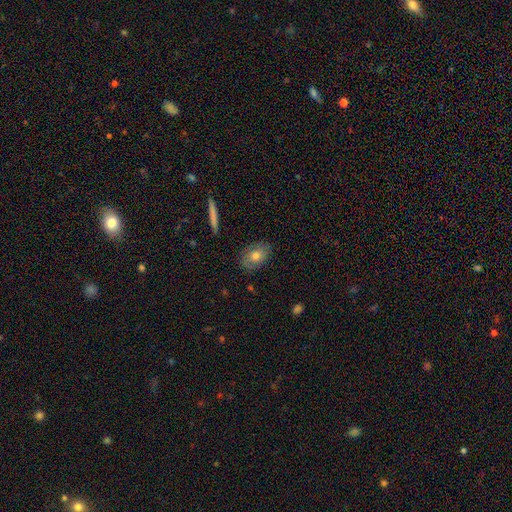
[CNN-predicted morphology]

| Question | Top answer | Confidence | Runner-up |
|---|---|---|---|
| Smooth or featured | smooth | 64% | featured or disk (29%) |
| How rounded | in between | 79% | round (19%) |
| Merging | none | 81% | minor disturbance (14%) |